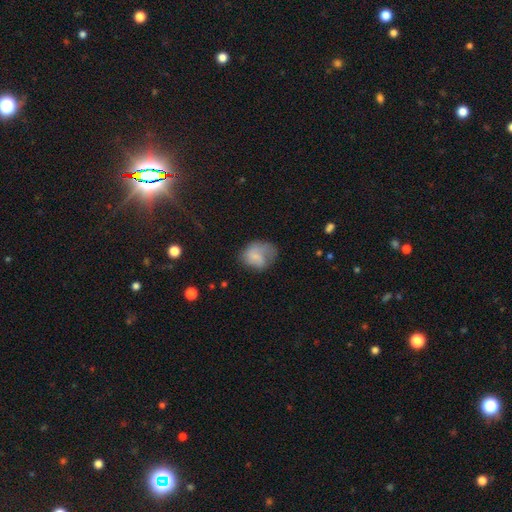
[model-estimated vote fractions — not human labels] This is likely a smooth galaxy (65%). How rounded: possibly in between (51%). Merging: marginally none (35%).